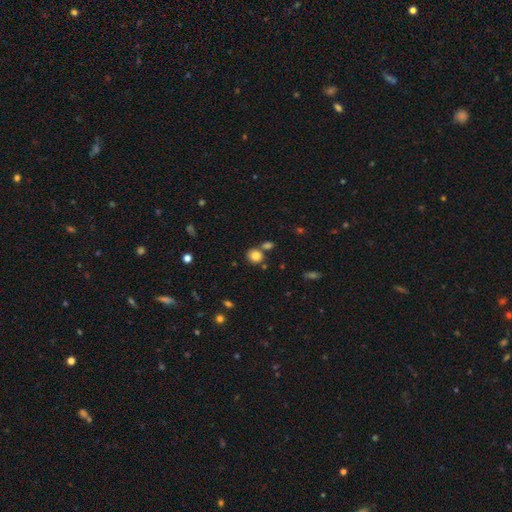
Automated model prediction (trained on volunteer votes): smooth_or_featured: smooth (p=0.83) [alt: star or artifact p=0.11]
how_rounded: round (p=0.85) [alt: in between p=0.14]
merging: none (p=0.71) [alt: merger p=0.17]